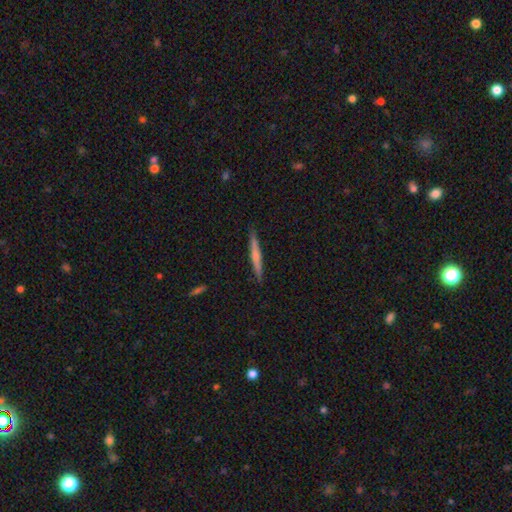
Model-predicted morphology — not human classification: smooth 51%, featured or disk 43%, star or artifact 6%. Down the decision tree: how rounded — cigar-shaped (95%); merging — none (90%).